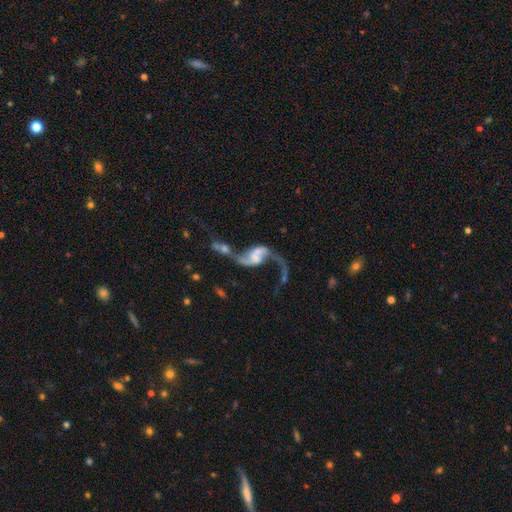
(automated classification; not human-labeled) Q: Smooth or featured?
A: featured or disk (85%); runner-up: smooth (9%)
Q: Edge-on disk?
A: no (97%); runner-up: yes (3%)
Q: Bar?
A: weak (42%); tied with: no (42%)
Q: Spiral arms?
A: yes (92%); runner-up: no (8%)
Q: Spiral winding?
A: loose (90%); runner-up: medium (8%)
Q: Spiral arm count?
A: 2 (88%); runner-up: 1 (7%)
Q: Bulge size?
A: none (31%); runner-up: small (30%)
Q: Merging?
A: merger (46%); runner-up: none (26%)